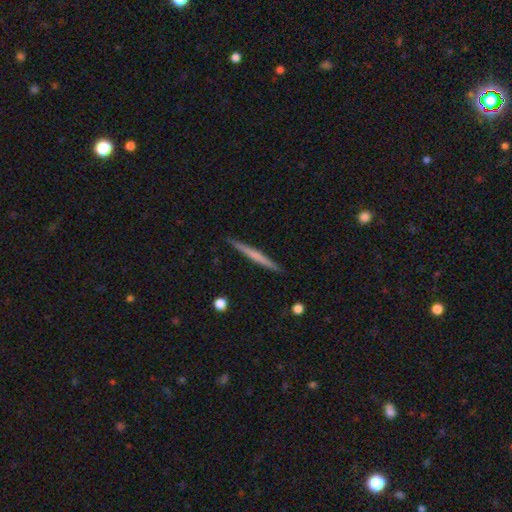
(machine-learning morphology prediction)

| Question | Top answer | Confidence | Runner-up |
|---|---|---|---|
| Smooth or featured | smooth | 49% | featured or disk (46%) |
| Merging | none | 92% | minor disturbance (6%) |